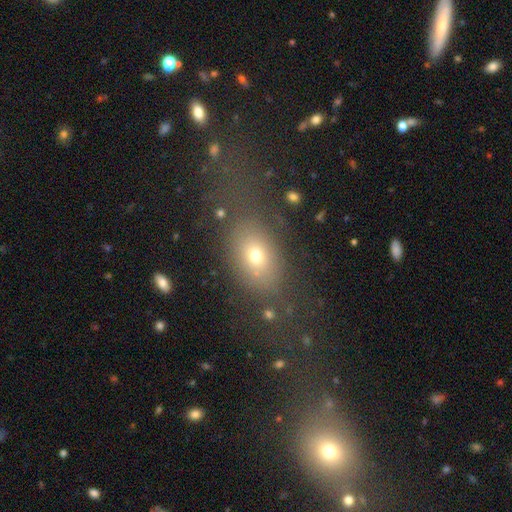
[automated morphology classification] A smooth galaxy with no disk features (68%) that is in between round and cigar-shaped (72%). Merging: none (60%).